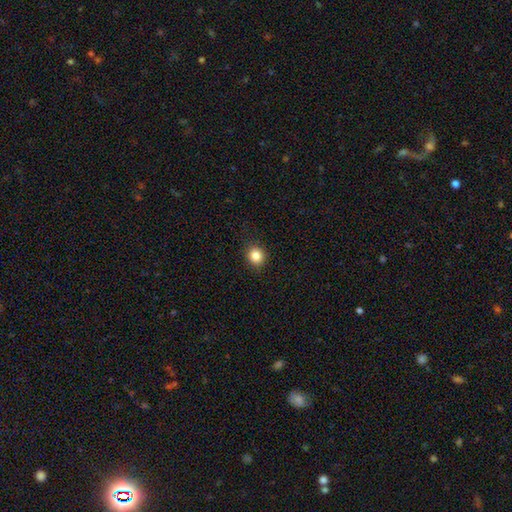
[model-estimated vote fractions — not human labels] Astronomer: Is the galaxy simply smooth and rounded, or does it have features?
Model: smooth — 84%.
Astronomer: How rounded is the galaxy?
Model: round — 83%.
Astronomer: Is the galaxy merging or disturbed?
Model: none — 91%.